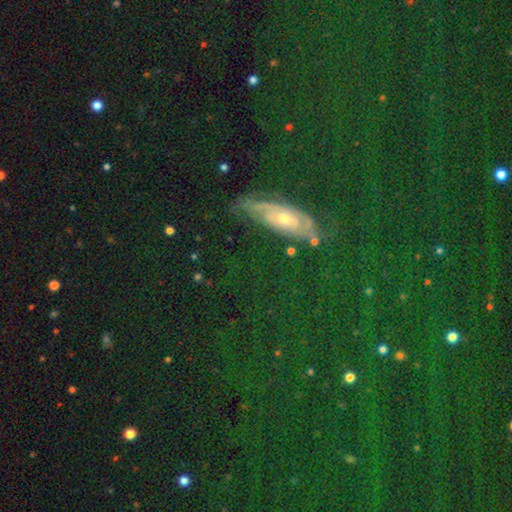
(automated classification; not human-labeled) A star or artifact, not a galaxy (47%).